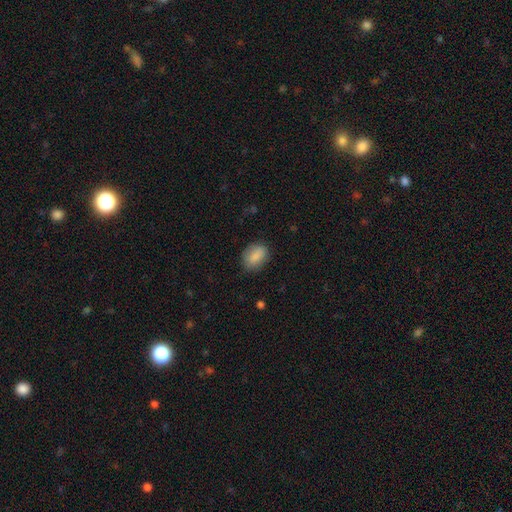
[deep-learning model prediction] Smooth or featured?
  - smooth: 86% *
  - star or artifact: 7%
  - featured or disk: 6%
How rounded?
  - in between: 78% *
  - round: 21%
  - cigar-shaped: 1%
Merging?
  - none: 77% *
  - minor disturbance: 17%
  - major disturbance: 4%
  - merger: 1%